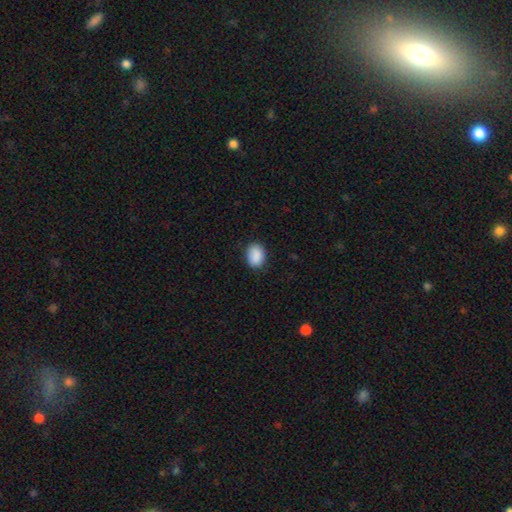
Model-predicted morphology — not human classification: This is clearly a smooth galaxy (90%). How rounded: likely in between (75%). Merging: clearly none (85%).